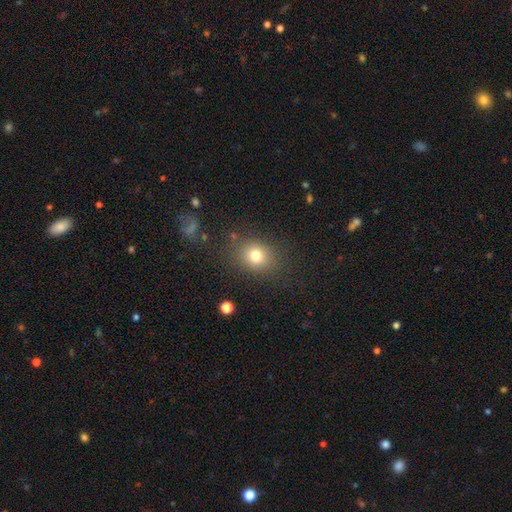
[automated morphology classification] Smooth or featured? smooth (79%)
How rounded? round (65%)
Merging? none (81%)